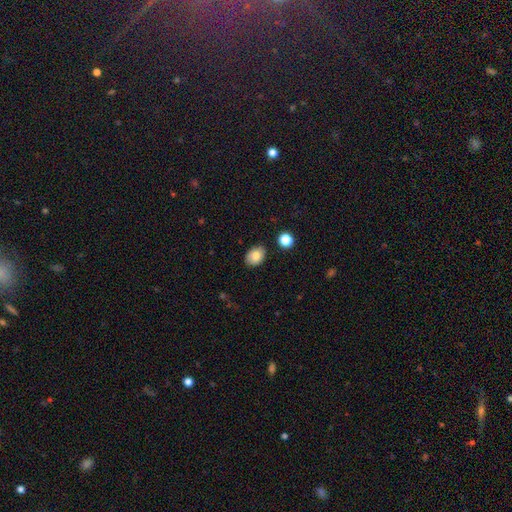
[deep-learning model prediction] A smooth galaxy with no disk features (80%) that is in between round and cigar-shaped (75%). Merging: none (85%).